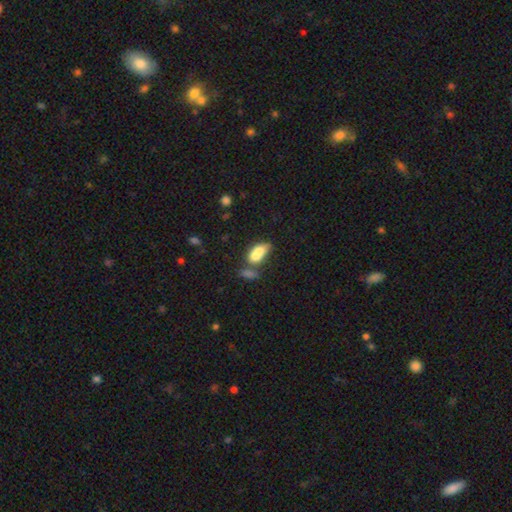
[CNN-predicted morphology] This is likely a smooth galaxy (77%). How rounded: clearly in between (86%). Merging: possibly merger (50%).